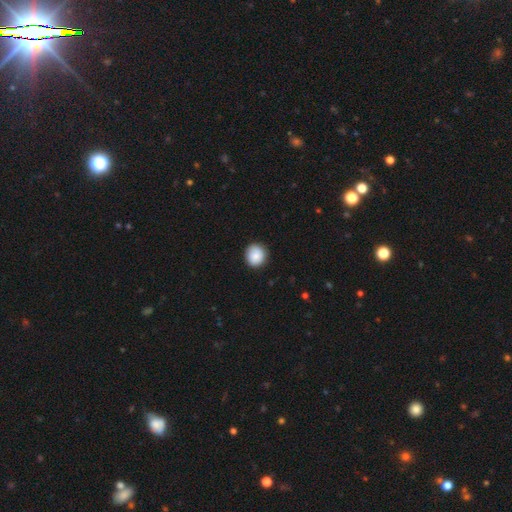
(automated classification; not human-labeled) Overall: smooth (85%). How rounded: round (89%). Merging: none (86%).